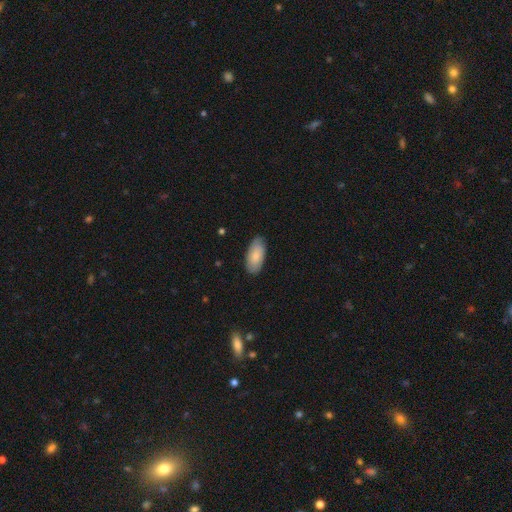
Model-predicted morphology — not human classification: This is clearly a smooth galaxy (82%). How rounded: clearly in between (92%). Merging: clearly none (85%).